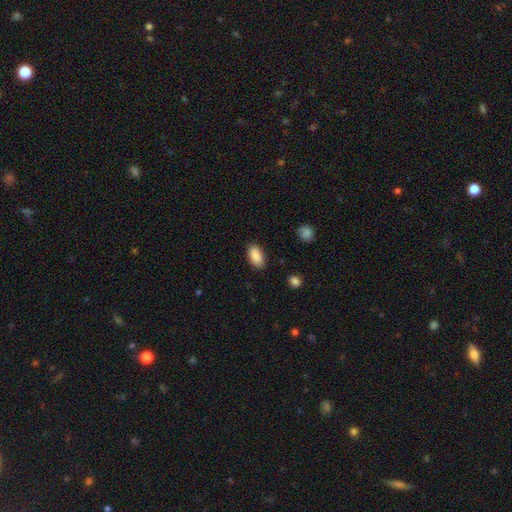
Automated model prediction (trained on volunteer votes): Smooth or featured: smooth — 88% (star or artifact — 7%)
How rounded: in between — 92% (cigar-shaped — 5%)
Merging: none — 87% (minor disturbance — 10%)